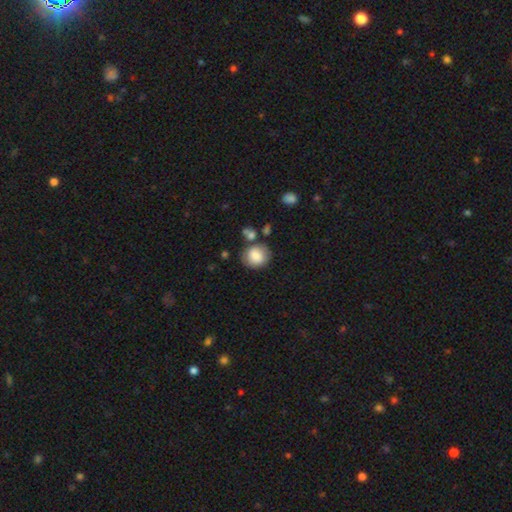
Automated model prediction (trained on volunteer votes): Overall: smooth (81%). How rounded: round (68%; in between 31%). Merging: none (66%).